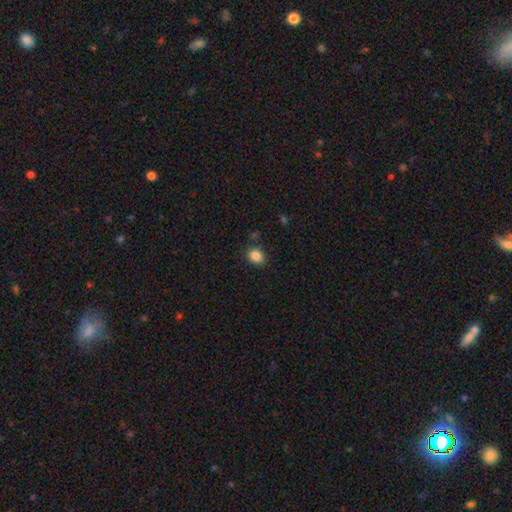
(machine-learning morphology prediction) This is clearly a smooth galaxy (86%). How rounded: possibly round (55%). Merging: clearly none (84%).